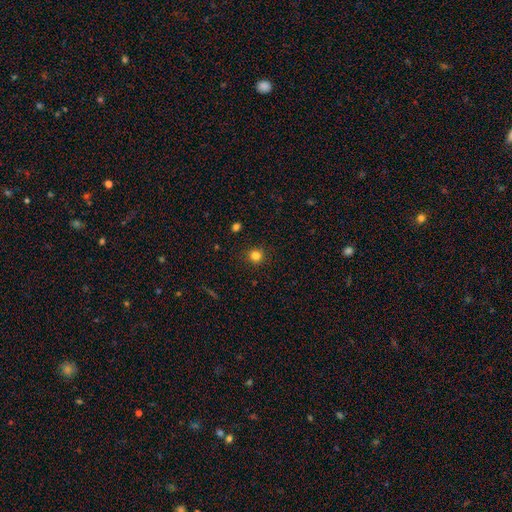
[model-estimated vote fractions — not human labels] This is clearly a smooth galaxy (81%). How rounded: clearly round (91%). Merging: clearly none (90%).